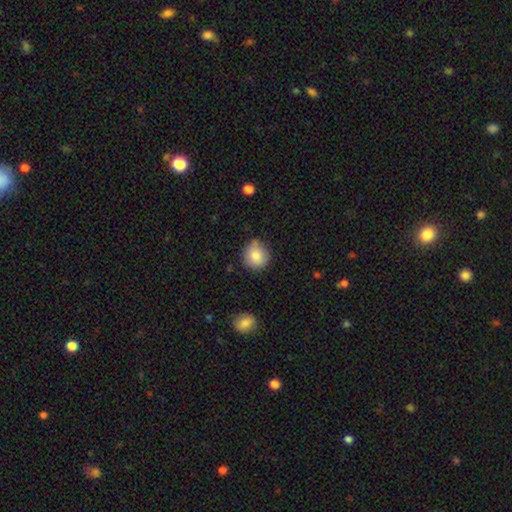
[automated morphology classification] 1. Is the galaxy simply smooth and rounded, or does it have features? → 83% smooth, 9% featured or disk, 8% star or artifact.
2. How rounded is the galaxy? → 91% round, 8% in between, 1% cigar-shaped.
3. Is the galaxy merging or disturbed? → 78% none, 16% minor disturbance, 3% merger, 3% major disturbance.